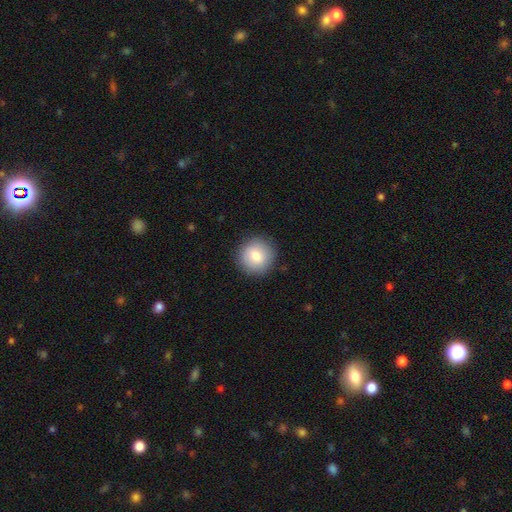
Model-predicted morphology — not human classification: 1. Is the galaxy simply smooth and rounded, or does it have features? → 78% smooth, 13% featured or disk, 8% star or artifact.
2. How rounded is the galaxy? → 94% round, 5% in between, 1% cigar-shaped.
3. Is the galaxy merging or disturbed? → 90% none, 7% minor disturbance, 2% major disturbance, 1% merger.